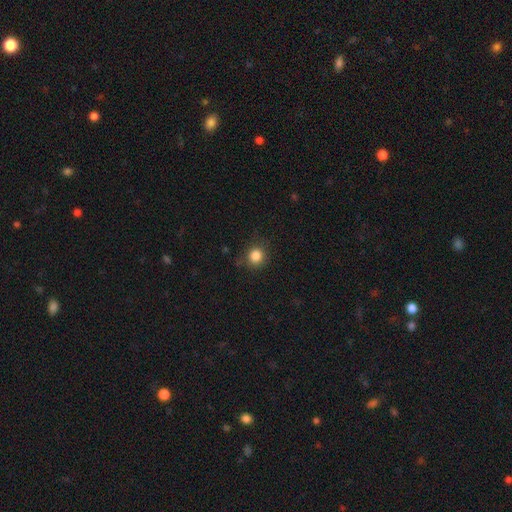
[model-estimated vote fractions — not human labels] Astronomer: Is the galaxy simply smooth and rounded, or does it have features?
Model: smooth — 84%.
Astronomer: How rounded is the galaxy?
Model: round — 88%.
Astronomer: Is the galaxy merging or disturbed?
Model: none — 82%.